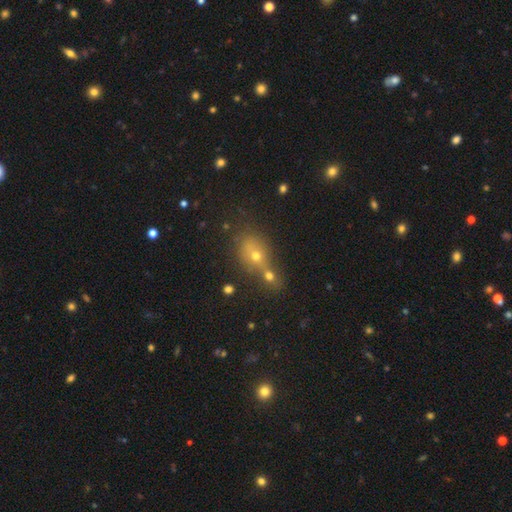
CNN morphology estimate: A smooth galaxy with no disk features (55%) that is round (55%). Merging: merger (48%).